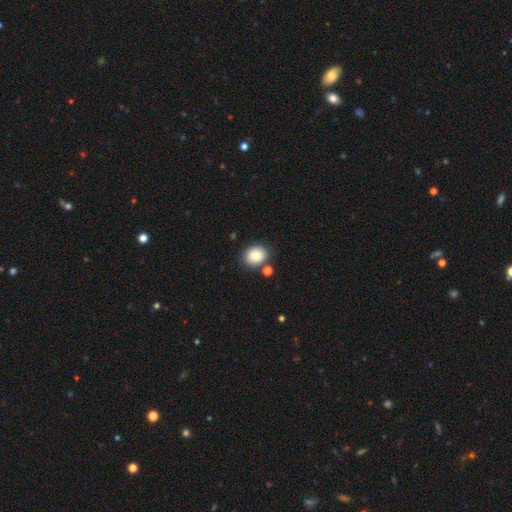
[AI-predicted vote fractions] This appears to be a smooth galaxy with no disk features (84%) that is round (65%). Merging: none (77%).